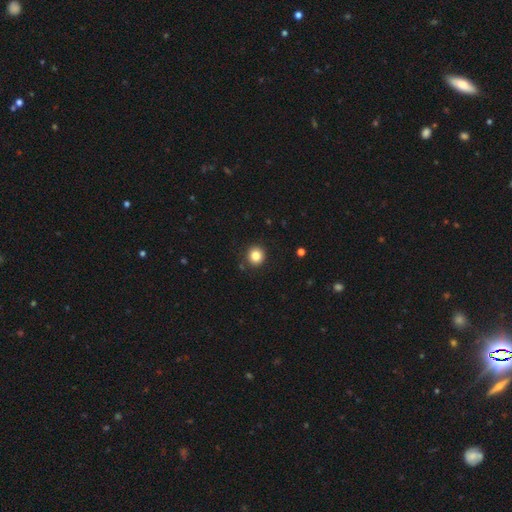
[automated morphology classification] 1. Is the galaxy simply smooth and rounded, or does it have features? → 83% smooth, 12% star or artifact, 6% featured or disk.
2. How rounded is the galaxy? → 92% round, 7% in between, 1% cigar-shaped.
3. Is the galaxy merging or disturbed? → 91% none, 6% minor disturbance, 2% major disturbance, 1% merger.